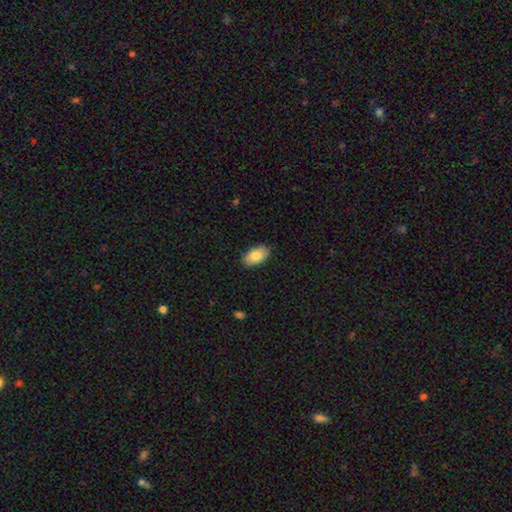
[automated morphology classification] Smooth or featured?
  - smooth: 82% *
  - featured or disk: 11%
  - star or artifact: 7%
How rounded?
  - in between: 94% *
  - round: 4%
  - cigar-shaped: 2%
Merging?
  - none: 88% *
  - minor disturbance: 9%
  - major disturbance: 2%
  - merger: 1%